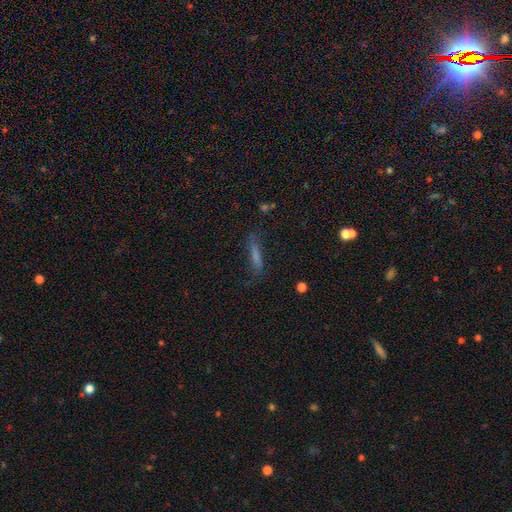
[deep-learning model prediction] Smooth or featured: smooth — 54% (featured or disk — 29%)
How rounded: cigar-shaped — 84% (in between — 13%)
Merging: none — 72% (minor disturbance — 18%)